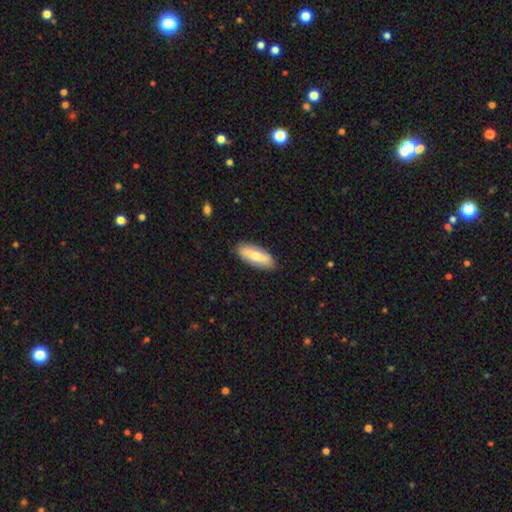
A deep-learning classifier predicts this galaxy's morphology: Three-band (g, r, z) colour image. It shows a smooth galaxy with no disk features (63%) that is in between round and cigar-shaped (64%). Merging: none (87%).